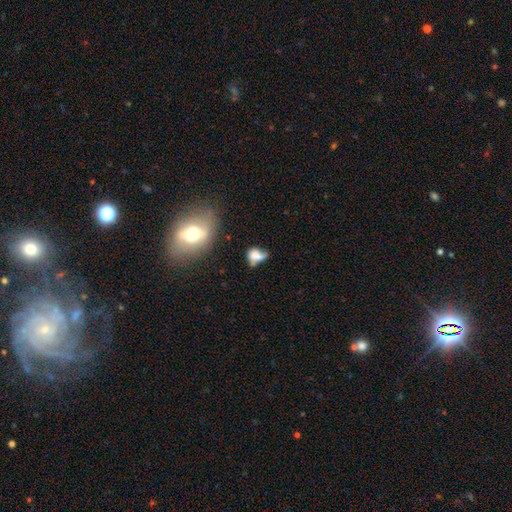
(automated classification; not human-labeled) Overall: smooth (68%). How rounded: in between (67%; round 30%). Merging: none (30%; merger 29%).